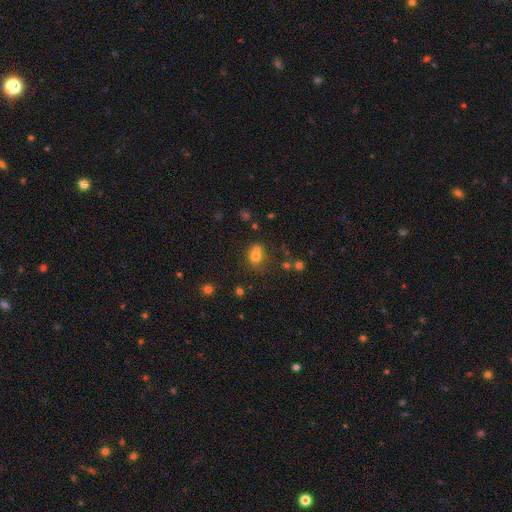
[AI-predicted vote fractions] Smooth or featured? Predicted: smooth (p=0.71). How rounded? Predicted: round (p=0.67). Merging? Predicted: none (p=0.44).